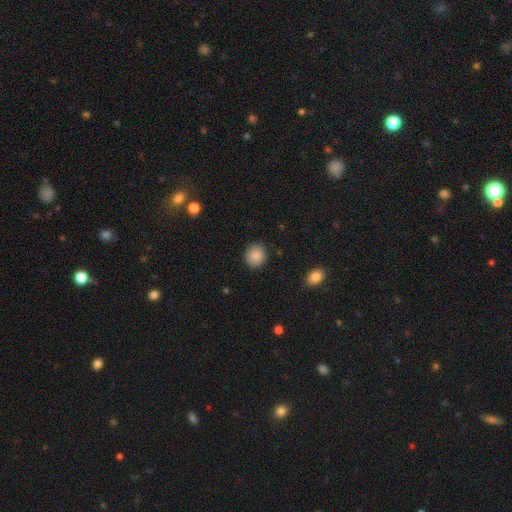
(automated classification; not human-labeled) Overall: smooth (87%). How rounded: round (86%). Merging: none (90%).